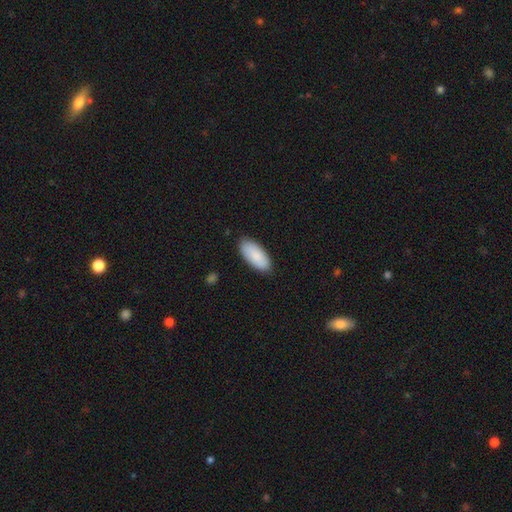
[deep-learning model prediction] This is clearly a smooth galaxy (86%). How rounded: clearly in between (90%). Merging: clearly none (86%).